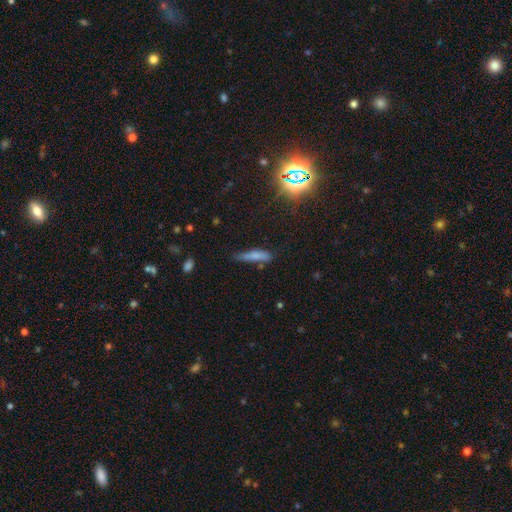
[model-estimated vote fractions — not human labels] A smooth galaxy with no disk features (70%) that is cigar-shaped (76%). Merging: none (54%).